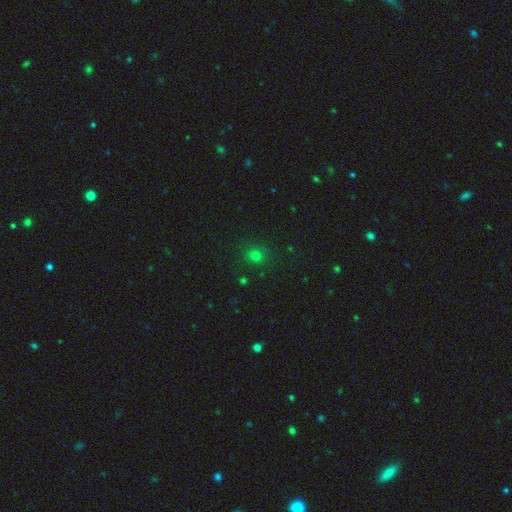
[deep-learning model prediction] Smooth or featured? smooth (72%)
How rounded? round (88%)
Merging? none (85%)